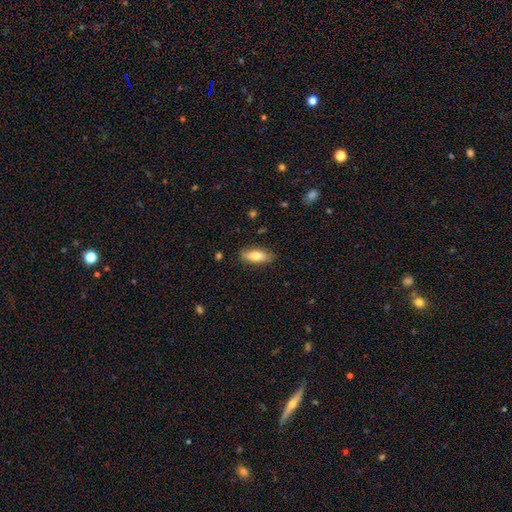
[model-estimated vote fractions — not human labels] A smooth galaxy with no disk features (77%) that is in between round and cigar-shaped (69%).

Vote fractions:
- Smooth or featured? smooth: 77% / featured or disk: 16% / star or artifact: 6%
- How rounded? in between: 69% / cigar-shaped: 29% / round: 2%
- Merging? none: 84% / minor disturbance: 12% / major disturbance: 3% / merger: 1%